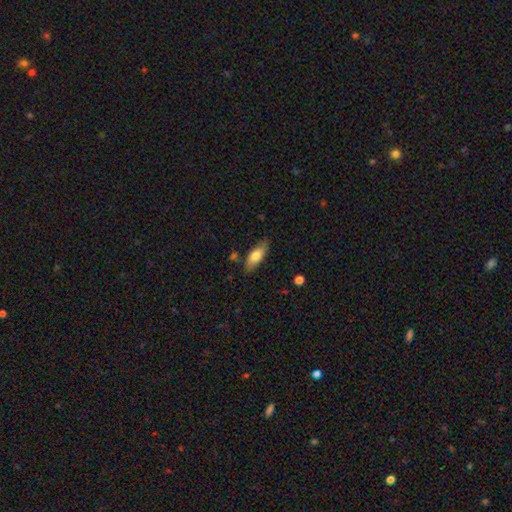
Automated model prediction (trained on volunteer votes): The model was most divided on "how rounded": in between: 73%, cigar-shaped: 25%, round: 3%. More confident: merging — none (77%); smooth or featured — smooth (71%).